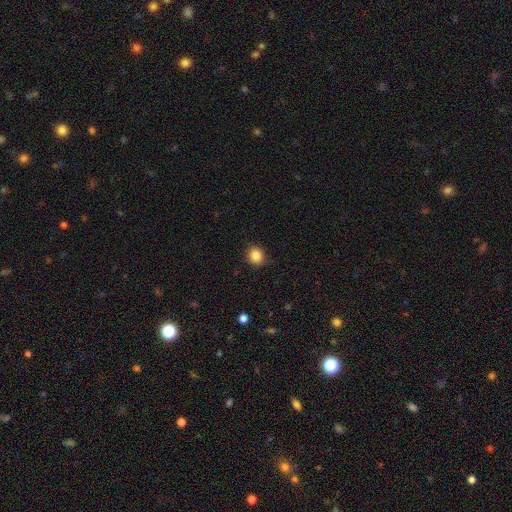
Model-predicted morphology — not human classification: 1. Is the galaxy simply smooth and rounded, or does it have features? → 86% smooth, 10% star or artifact, 4% featured or disk.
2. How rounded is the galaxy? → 77% round, 22% in between, 1% cigar-shaped.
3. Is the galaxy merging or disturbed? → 88% none, 9% minor disturbance, 2% major disturbance, 1% merger.